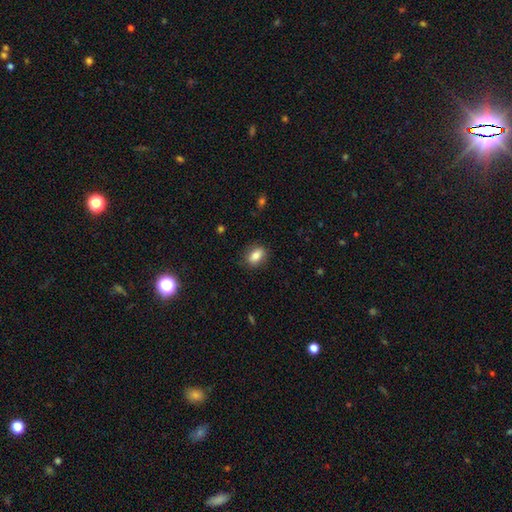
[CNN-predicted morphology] A smooth galaxy with no disk features (84%) that is in between round and cigar-shaped (84%). Merging: none (84%).